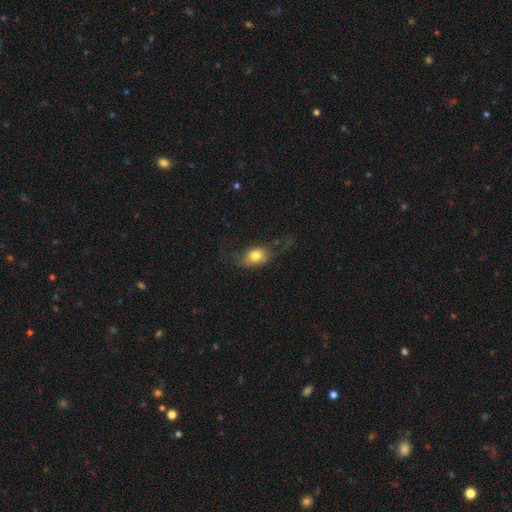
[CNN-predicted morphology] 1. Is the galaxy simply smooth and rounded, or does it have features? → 72% smooth, 19% featured or disk, 9% star or artifact.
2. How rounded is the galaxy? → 64% in between, 32% round, 3% cigar-shaped.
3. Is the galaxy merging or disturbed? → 41% none, 31% major disturbance, 25% minor disturbance, 2% merger.